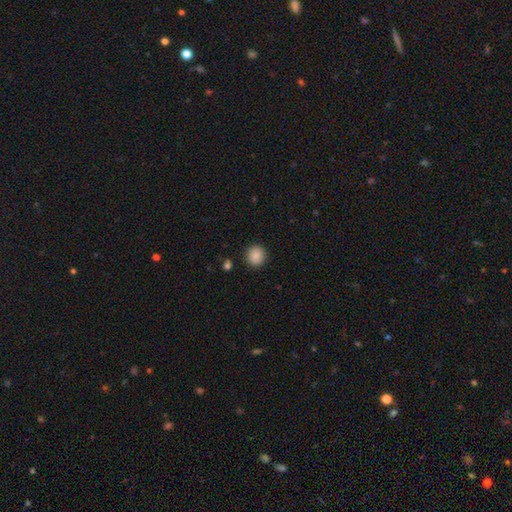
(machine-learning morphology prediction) Q: Smooth or featured?
A: smooth (88%); runner-up: star or artifact (9%)
Q: How rounded?
A: round (90%); runner-up: in between (9%)
Q: Merging?
A: none (91%); runner-up: minor disturbance (6%)